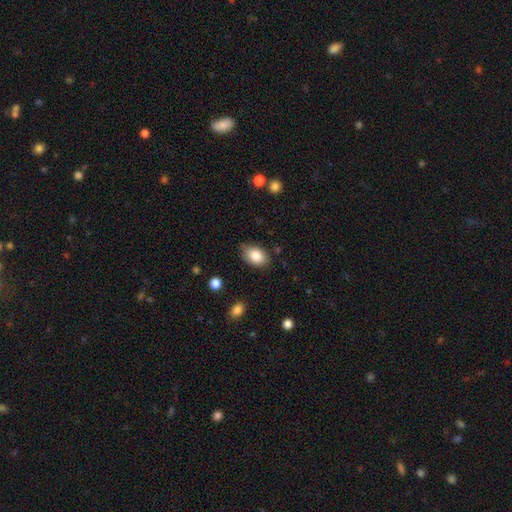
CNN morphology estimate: Smooth or featured?
  - smooth: 85% *
  - featured or disk: 8%
  - star or artifact: 7%
How rounded?
  - in between: 88% *
  - round: 11%
  - cigar-shaped: 1%
Merging?
  - none: 80% *
  - minor disturbance: 16%
  - major disturbance: 3%
  - merger: 1%